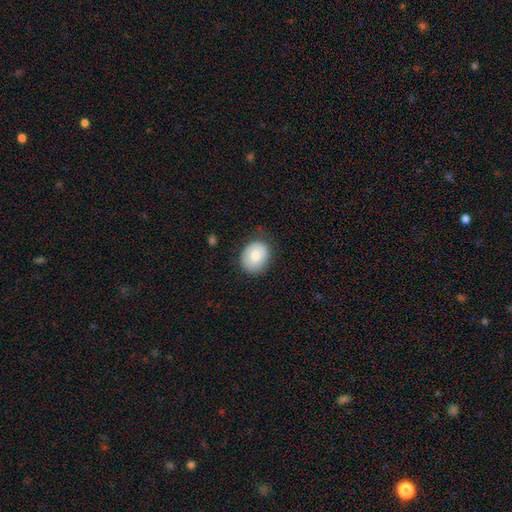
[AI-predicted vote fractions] smooth 80%, featured or disk 13%, star or artifact 7%. Down the decision tree: how rounded — round (57%); merging — none (74%).